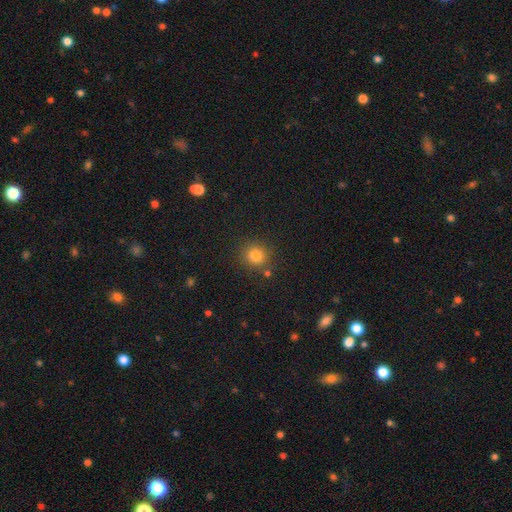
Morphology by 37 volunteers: A smooth galaxy with no disk features (84%) that is round (90%).

Vote fractions:
- Smooth or featured? smooth: 84% / featured or disk: 14% / star or artifact: 3%
- How rounded? round: 90% / in between: 10% / cigar-shaped: 0%
- Merging? none: 89% / minor disturbance: 6% / merger: 6% / major disturbance: 0%